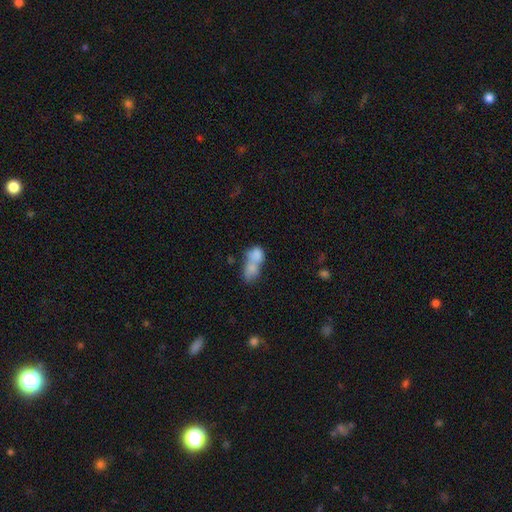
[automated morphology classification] smooth_or_featured: smooth (p=0.75) [alt: featured or disk p=0.17]
how_rounded: in between (p=0.69) [alt: round p=0.27]
merging: merger (p=0.74) [alt: none p=0.15]